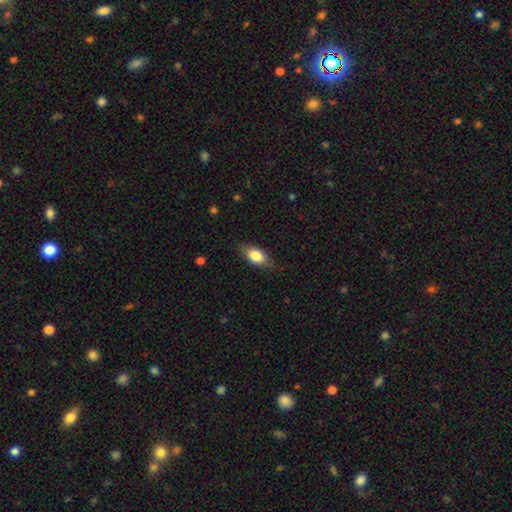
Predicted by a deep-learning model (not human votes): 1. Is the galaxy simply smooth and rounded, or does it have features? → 82% smooth, 11% featured or disk, 7% star or artifact.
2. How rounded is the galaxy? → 88% in between, 6% cigar-shaped, 6% round.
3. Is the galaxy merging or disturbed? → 80% none, 16% minor disturbance, 4% major disturbance, 1% merger.